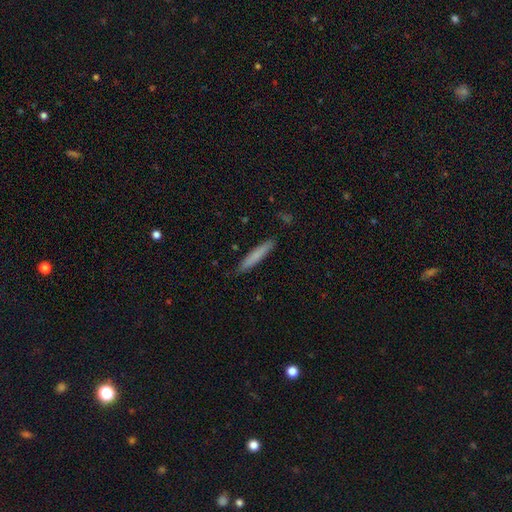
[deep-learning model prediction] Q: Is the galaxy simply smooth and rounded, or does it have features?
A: smooth — 77%.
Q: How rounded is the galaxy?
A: cigar-shaped — 95%.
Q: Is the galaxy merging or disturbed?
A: none — 88%.